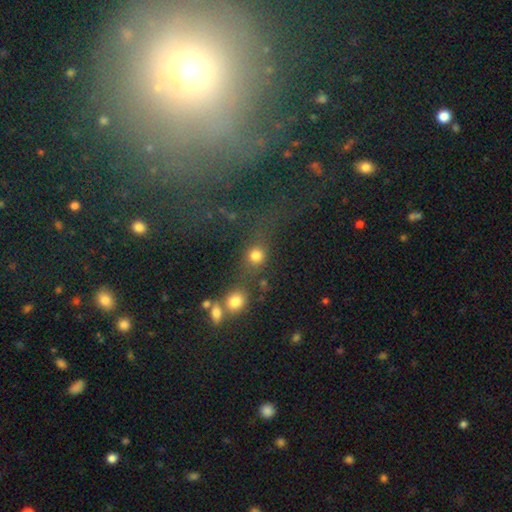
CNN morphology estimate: type=smooth (75%); roundness=round (82%); merging=none (54%).